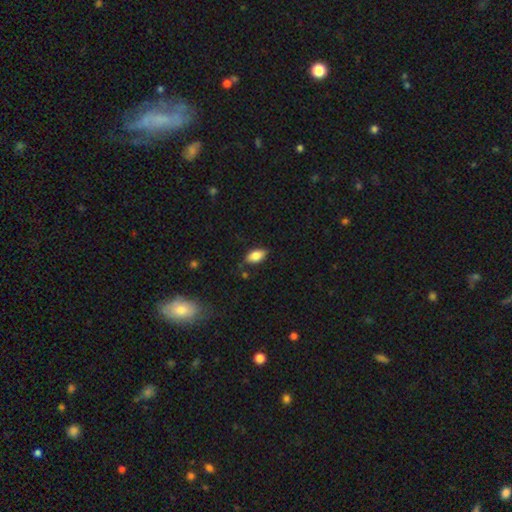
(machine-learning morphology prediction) smooth_or_featured: smooth (p=0.81) [alt: featured or disk p=0.12]
how_rounded: in between (p=0.91) [alt: cigar-shaped p=0.05]
merging: none (p=0.75) [alt: minor disturbance p=0.18]